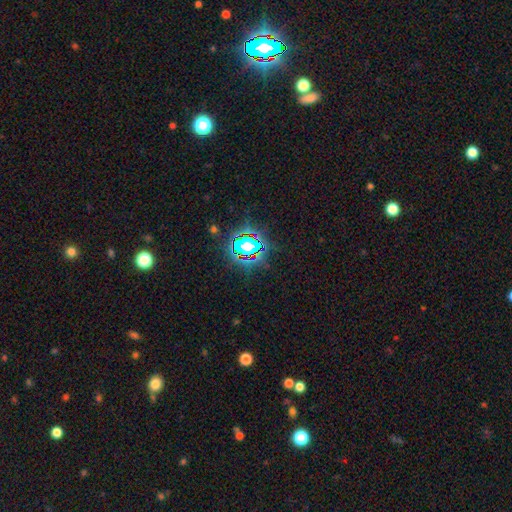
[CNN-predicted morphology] type=star or artifact (79%).